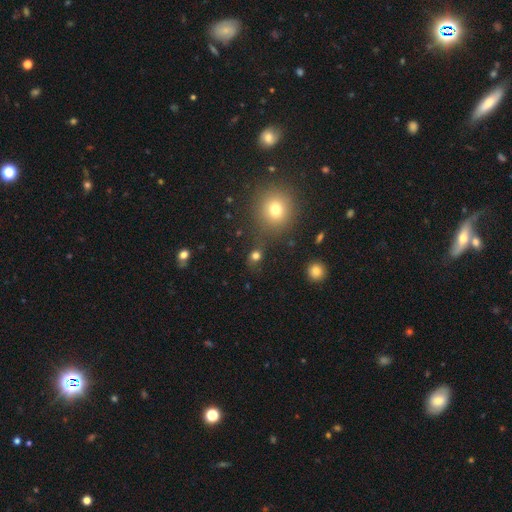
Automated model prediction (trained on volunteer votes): This is likely a smooth galaxy (74%). How rounded: likely round (72%). Merging: likely none (69%).